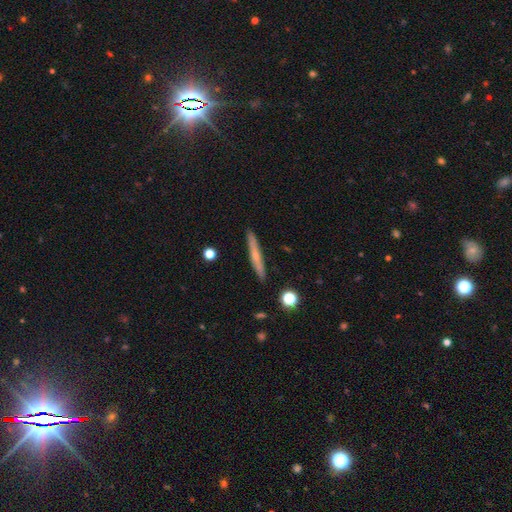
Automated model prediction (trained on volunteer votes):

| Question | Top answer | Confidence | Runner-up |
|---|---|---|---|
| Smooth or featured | smooth | 47% | featured or disk (46%) |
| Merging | none | 90% | minor disturbance (7%) |